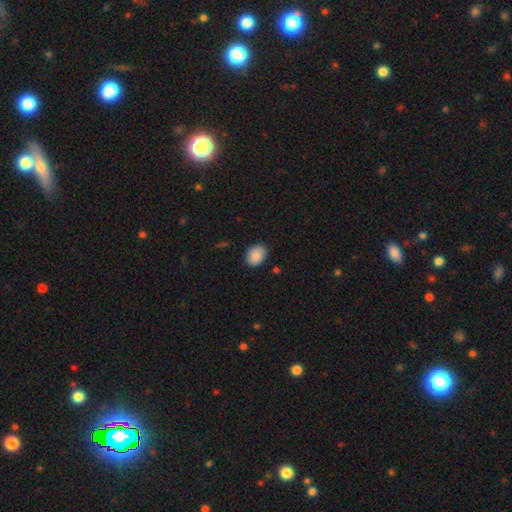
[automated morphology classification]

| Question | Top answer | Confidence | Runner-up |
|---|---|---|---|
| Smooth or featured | smooth | 90% | star or artifact (7%) |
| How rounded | in between | 71% | round (28%) |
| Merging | none | 83% | minor disturbance (13%) |